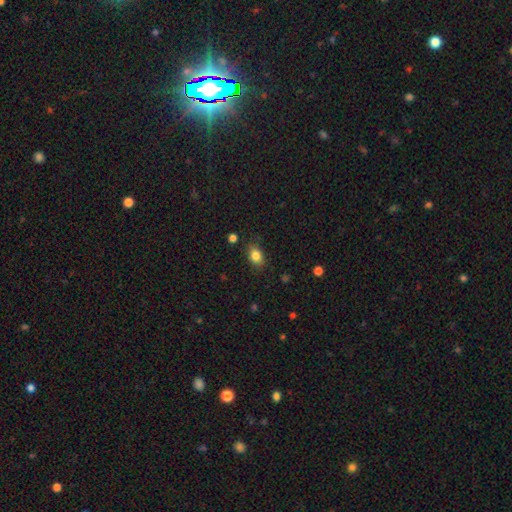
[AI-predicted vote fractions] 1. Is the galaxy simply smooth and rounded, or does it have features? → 84% smooth, 10% star or artifact, 7% featured or disk.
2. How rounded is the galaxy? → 74% in between, 25% round, 2% cigar-shaped.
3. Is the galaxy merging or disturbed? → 83% none, 13% minor disturbance, 3% major disturbance, 2% merger.